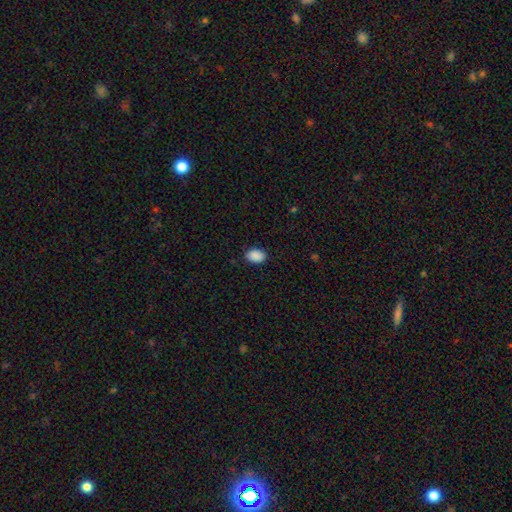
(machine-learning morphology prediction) This appears to be a smooth galaxy with no disk features (90%) that is in between round and cigar-shaped (87%). Merging: none (87%).